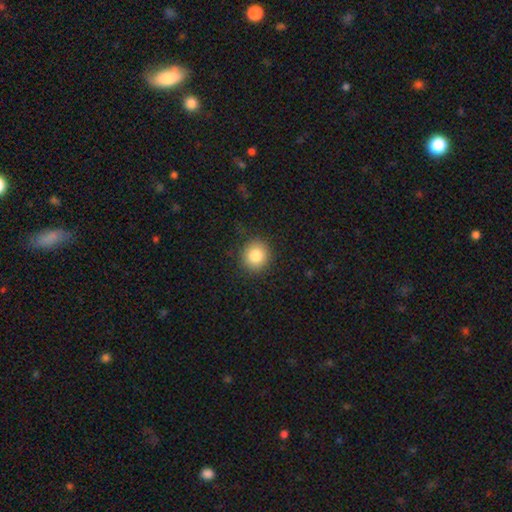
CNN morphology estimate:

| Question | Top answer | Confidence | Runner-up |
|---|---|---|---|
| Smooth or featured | smooth | 82% | star or artifact (10%) |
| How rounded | round | 91% | in between (8%) |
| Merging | none | 89% | minor disturbance (7%) |